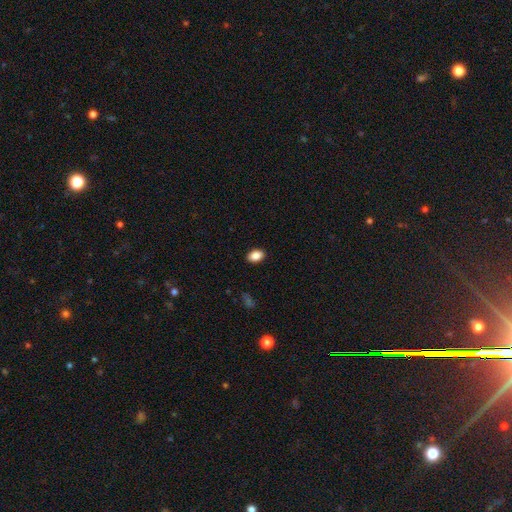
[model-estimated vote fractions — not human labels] Overall: smooth (88%). How rounded: in between (85%). Merging: none (90%).